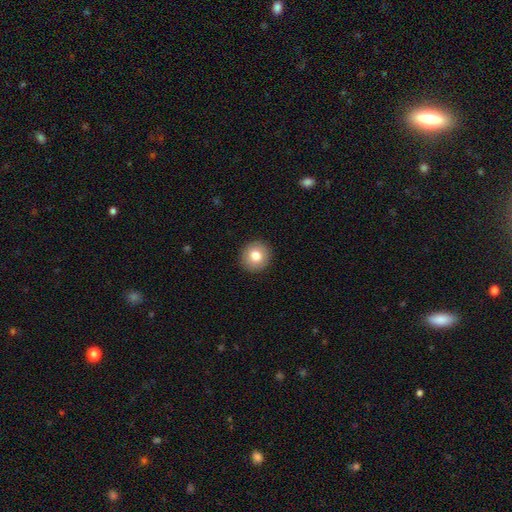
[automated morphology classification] Smooth or featured? Predicted: smooth (p=0.81). How rounded? Predicted: round (p=0.91). Merging? Predicted: none (p=0.92).